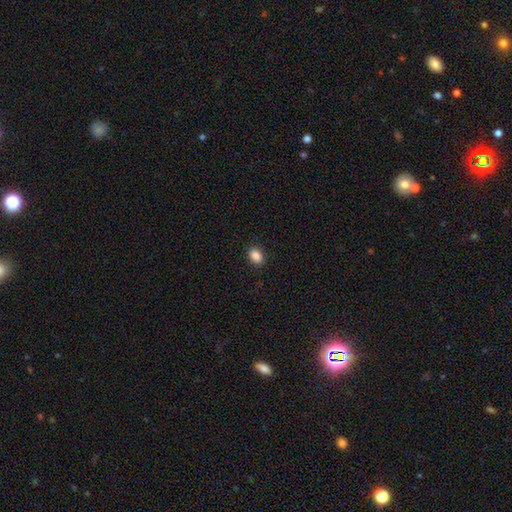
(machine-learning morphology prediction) This is clearly a smooth galaxy (88%). How rounded: clearly in between (80%). Merging: clearly none (89%).